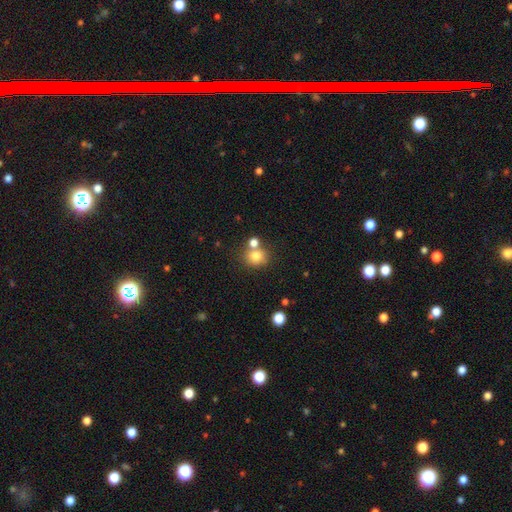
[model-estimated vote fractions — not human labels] Smooth or featured: smooth — 78% (star or artifact — 13%)
How rounded: round — 81% (in between — 18%)
Merging: none — 61% (merger — 25%)